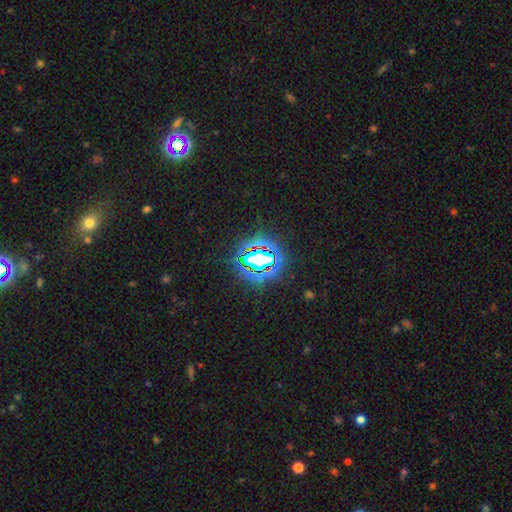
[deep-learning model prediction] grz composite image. It shows a star or artifact, not a galaxy (78%).